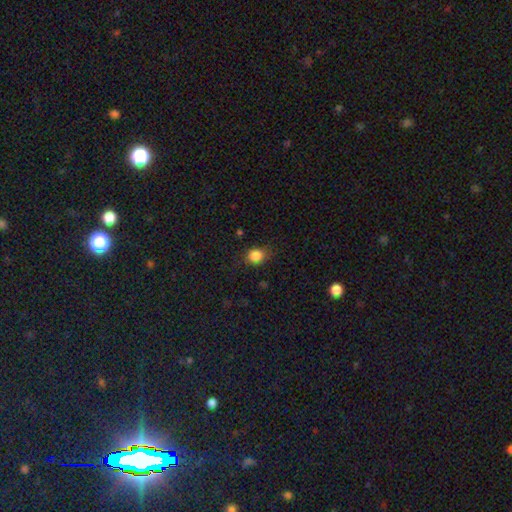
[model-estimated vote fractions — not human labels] smooth-or-featured: smooth: 85% | star or artifact: 11% | featured or disk: 5%
  how-rounded: round: 74% | in between: 25% | cigar-shaped: 1%
  merging: none: 77% | minor disturbance: 17% | major disturbance: 4% | merger: 1%